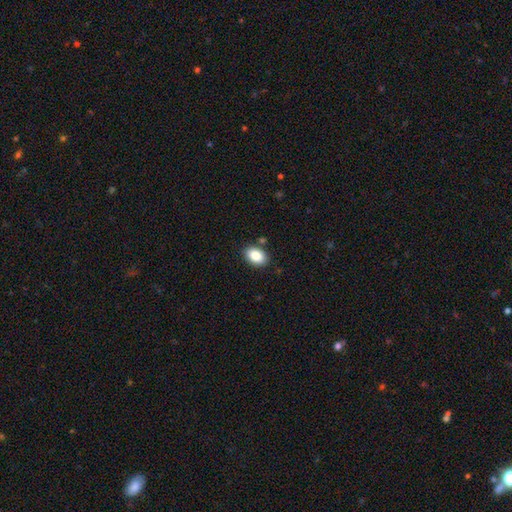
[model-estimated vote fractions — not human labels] A smooth galaxy with no disk features (87%) that is in between round and cigar-shaped (86%). Merging: none (86%).